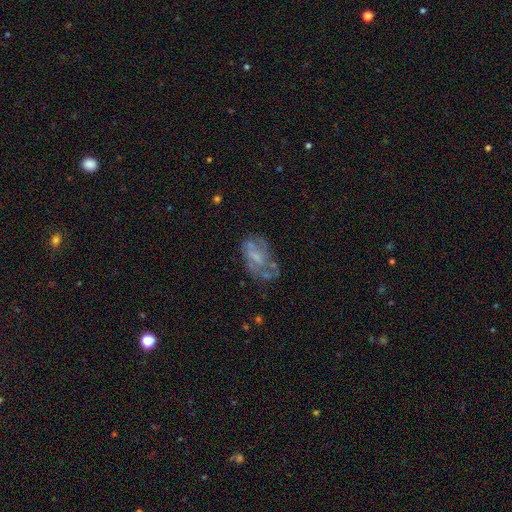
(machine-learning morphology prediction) Smooth or featured: featured or disk — 63% (smooth — 27%)
Edge-on disk: no — 96% (yes — 4%)
Bar: no — 54% (weak — 36%)
Spiral arms: no — 55% (yes — 45%)
Bulge size: none — 46% (small — 30%)
Merging: none — 43% (major disturbance — 27%)